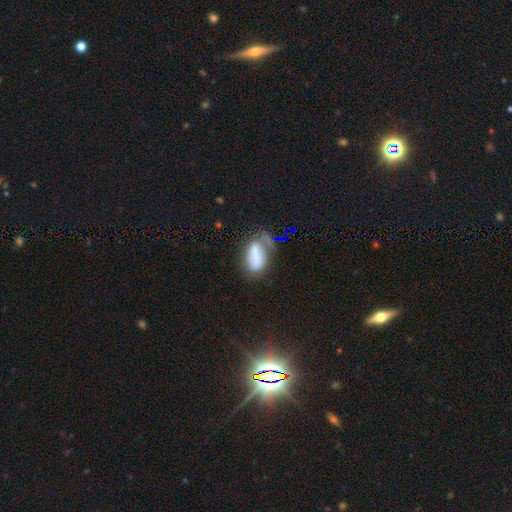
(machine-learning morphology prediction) type=smooth (63%); roundness=in between (86%); merging=none (34%).